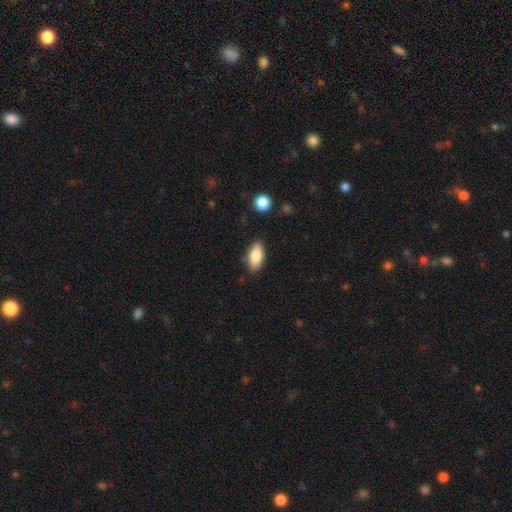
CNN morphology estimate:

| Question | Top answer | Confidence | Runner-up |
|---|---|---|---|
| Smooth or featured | smooth | 81% | featured or disk (12%) |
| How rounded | in between | 84% | cigar-shaped (13%) |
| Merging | none | 83% | minor disturbance (13%) |